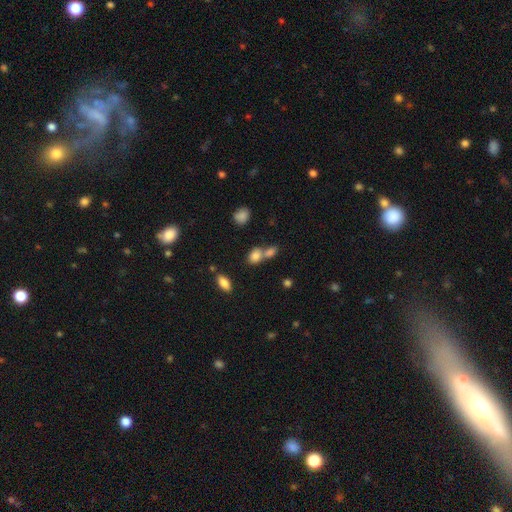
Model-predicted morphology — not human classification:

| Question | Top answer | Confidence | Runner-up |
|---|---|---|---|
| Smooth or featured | smooth | 81% | star or artifact (11%) |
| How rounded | in between | 65% | round (32%) |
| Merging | merger | 51% | none (36%) |